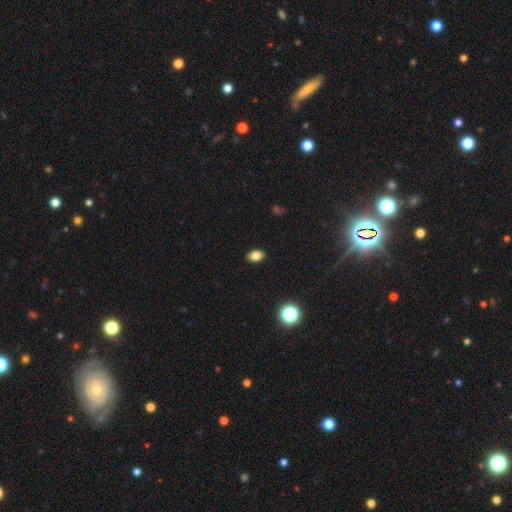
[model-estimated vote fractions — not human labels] smooth 82%, star or artifact 12%, featured or disk 6%. Down the decision tree: how rounded — in between (80%); merging — none (89%).